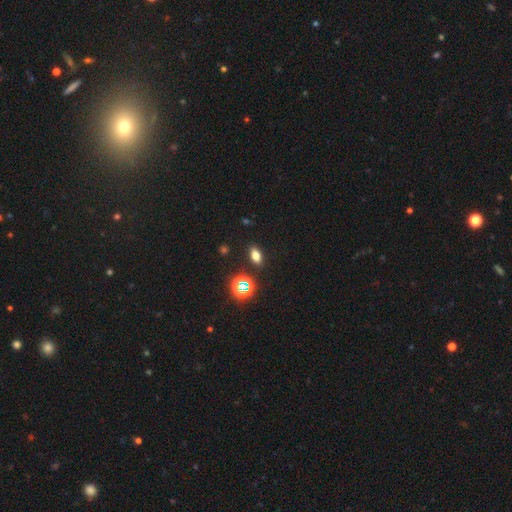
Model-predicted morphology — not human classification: smooth 68%, star or artifact 22%, featured or disk 10%. Down the decision tree: how rounded — in between (79%); merging — none (88%).